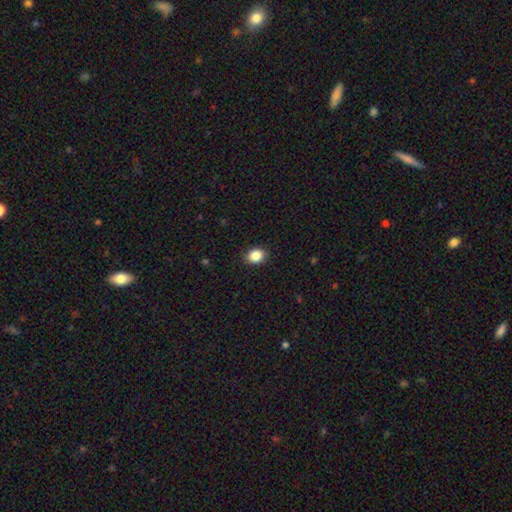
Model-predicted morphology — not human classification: A smooth galaxy with no disk features (86%) that is in between round and cigar-shaped (52%).

Vote fractions:
- Smooth or featured? smooth: 86% / star or artifact: 9% / featured or disk: 4%
- How rounded? in between: 52% / round: 47% / cigar-shaped: 1%
- Merging? none: 89% / minor disturbance: 8% / major disturbance: 2% / merger: 1%